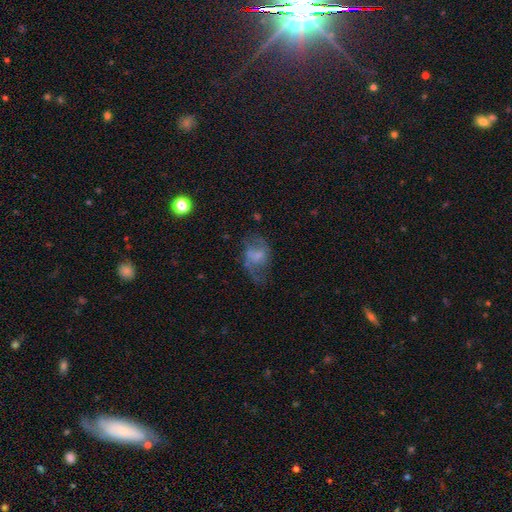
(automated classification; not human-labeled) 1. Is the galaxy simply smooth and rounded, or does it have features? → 54% featured or disk, 36% smooth, 10% star or artifact.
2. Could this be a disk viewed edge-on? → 97% no, 3% yes.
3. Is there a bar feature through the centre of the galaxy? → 60% no, 32% weak, 8% strong.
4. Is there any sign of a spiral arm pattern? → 64% yes, 36% no.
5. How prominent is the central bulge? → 38% none, 27% small, 23% moderate, 10% large, 2% dominant.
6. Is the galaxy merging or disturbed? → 42% none, 32% major disturbance, 23% minor disturbance, 4% merger.